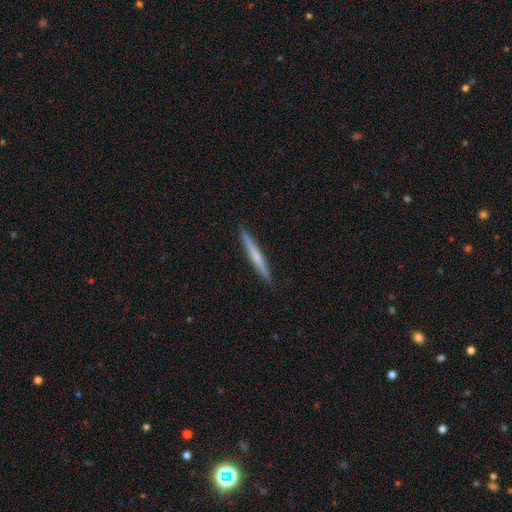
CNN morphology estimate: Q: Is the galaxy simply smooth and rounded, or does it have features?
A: smooth — 54%.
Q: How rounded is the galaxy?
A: cigar-shaped — 97%.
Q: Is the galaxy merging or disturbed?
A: none — 92%.